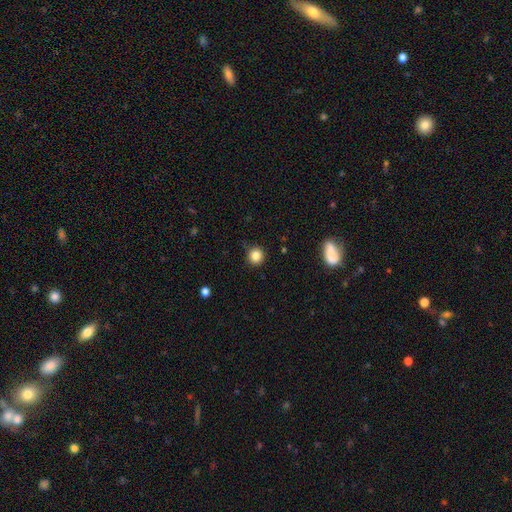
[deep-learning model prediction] The model was most divided on "smooth or featured": smooth: 84%, star or artifact: 11%, featured or disk: 5%. More confident: how rounded — round (92%); merging — none (86%).